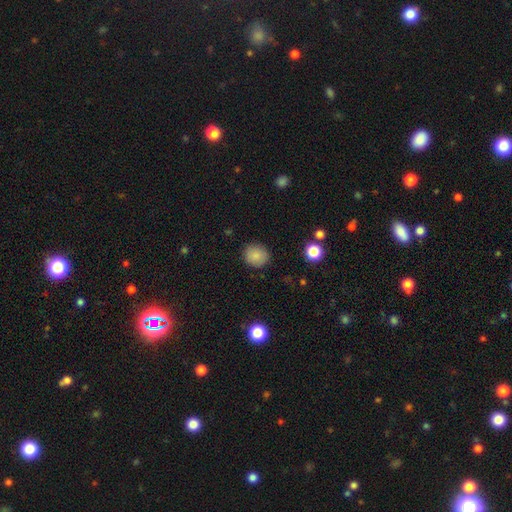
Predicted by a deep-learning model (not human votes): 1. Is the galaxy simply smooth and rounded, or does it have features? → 85% smooth, 9% star or artifact, 6% featured or disk.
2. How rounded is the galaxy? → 85% round, 14% in between, 1% cigar-shaped.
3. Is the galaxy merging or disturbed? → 88% none, 8% minor disturbance, 2% major disturbance, 1% merger.